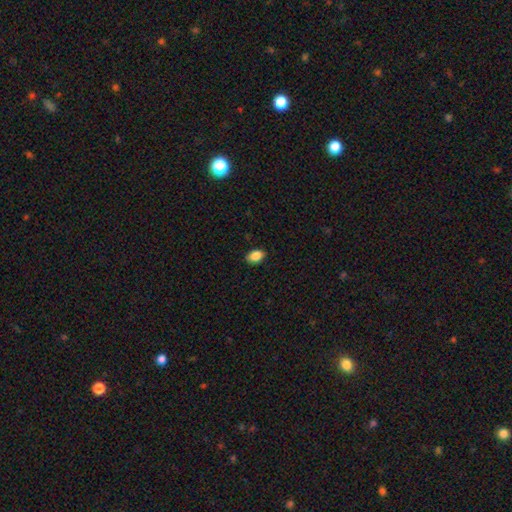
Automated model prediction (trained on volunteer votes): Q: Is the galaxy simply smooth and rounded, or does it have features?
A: smooth — 88%.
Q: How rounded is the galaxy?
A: in between — 86%.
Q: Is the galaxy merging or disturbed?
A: none — 88%.